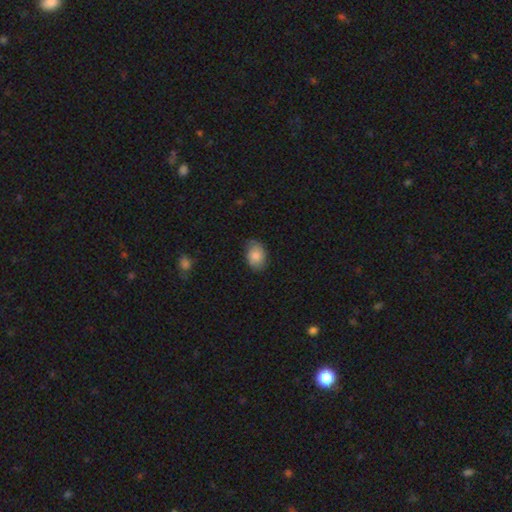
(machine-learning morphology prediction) A smooth galaxy with no disk features (82%) that is in between round and cigar-shaped (77%). Merging: none (74%).